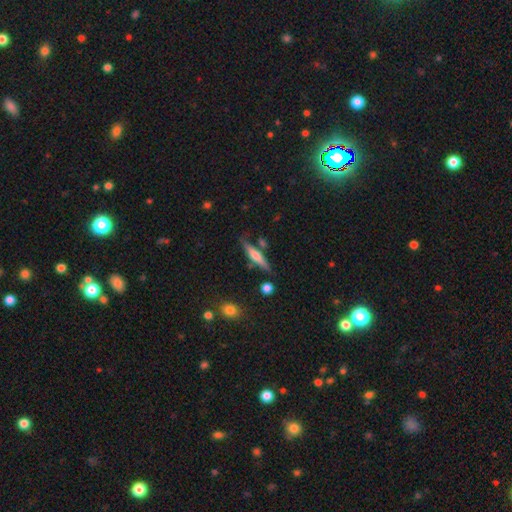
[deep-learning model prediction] Morphology: type=featured or disk (50%); edge-on=yes (94%); merging=none (74%).